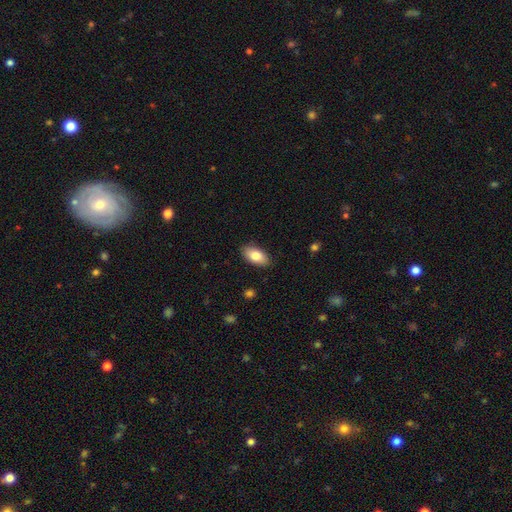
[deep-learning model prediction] Smooth or featured? smooth (81%)
How rounded? in between (93%)
Merging? none (87%)